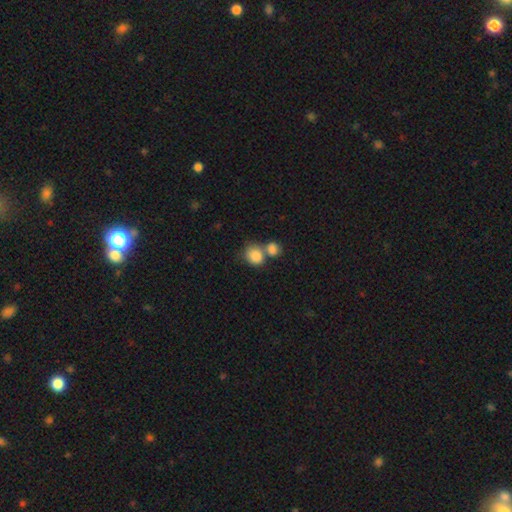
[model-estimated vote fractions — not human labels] The model was most divided on "merging": merger: 53%, none: 35%, minor disturbance: 9%, major disturbance: 4%. More confident: smooth or featured — smooth (85%); how rounded — round (67%).